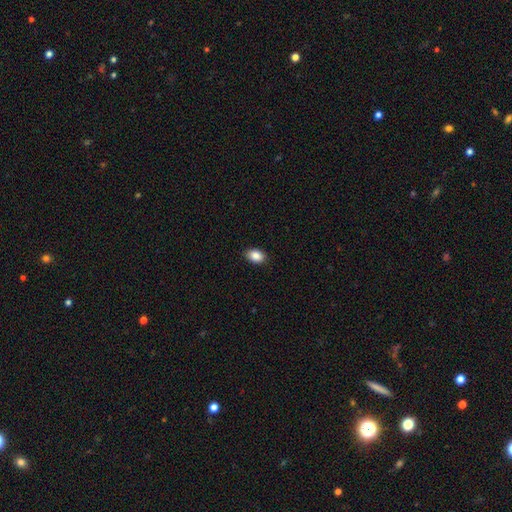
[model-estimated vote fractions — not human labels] Smooth or featured? smooth (87%)
How rounded? in between (85%)
Merging? none (89%)